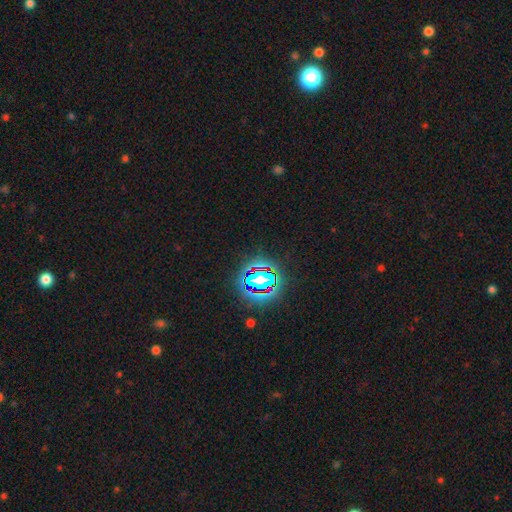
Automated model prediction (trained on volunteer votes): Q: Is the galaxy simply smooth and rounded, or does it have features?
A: star or artifact — 82%.